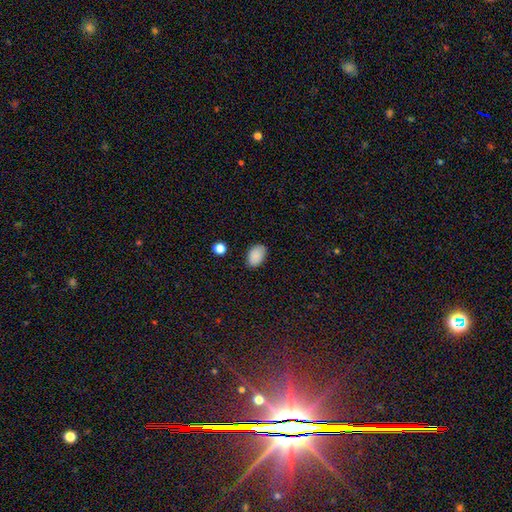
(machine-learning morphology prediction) The model was most divided on "merging": none: 85%, minor disturbance: 11%, major disturbance: 2%, merger: 1%. More confident: smooth or featured — smooth (89%); how rounded — in between (88%).